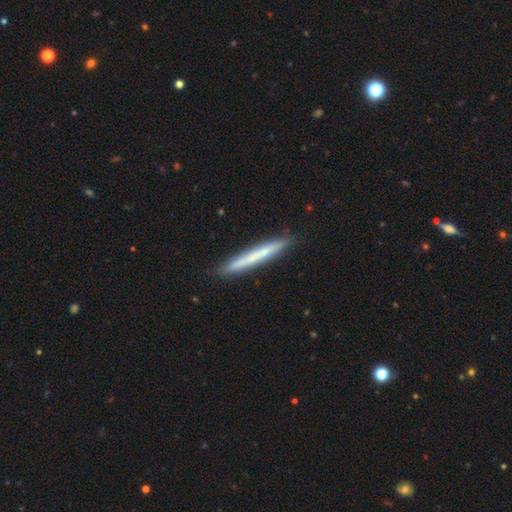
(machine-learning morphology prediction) smooth 60%, featured or disk 33%, star or artifact 6%. Down the decision tree: how rounded — cigar-shaped (97%); merging — none (90%).